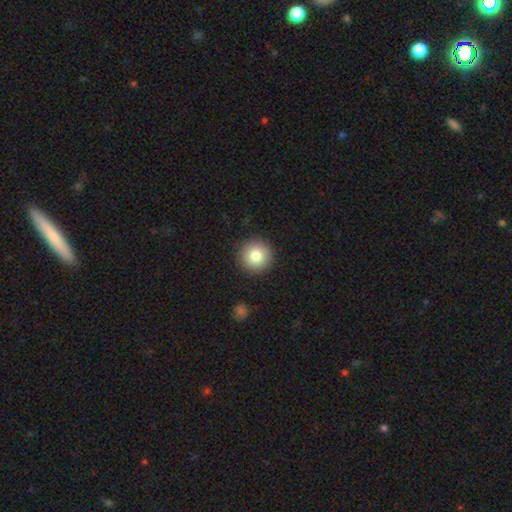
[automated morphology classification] Overall: smooth (82%). How rounded: round (96%). Merging: none (91%).